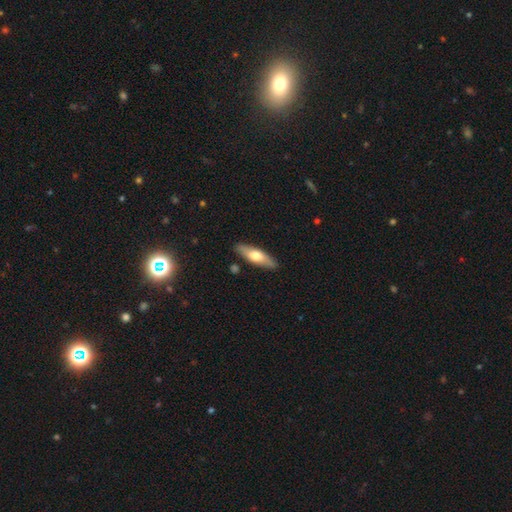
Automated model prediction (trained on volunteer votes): Smooth or featured?
  - smooth: 56% *
  - featured or disk: 38%
  - star or artifact: 5%
How rounded?
  - cigar-shaped: 53% *
  - in between: 45%
  - round: 2%
Merging?
  - none: 87% *
  - minor disturbance: 9%
  - merger: 2%
  - major disturbance: 2%